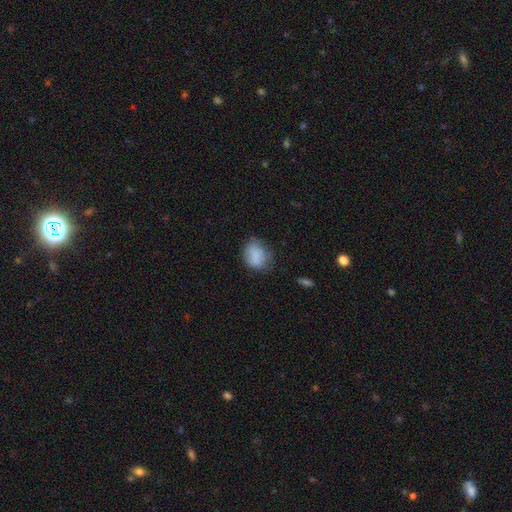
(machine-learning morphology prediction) Smooth or featured? Predicted: smooth (p=0.83). How rounded? Predicted: in between (p=0.56). Merging? Predicted: none (p=0.63).